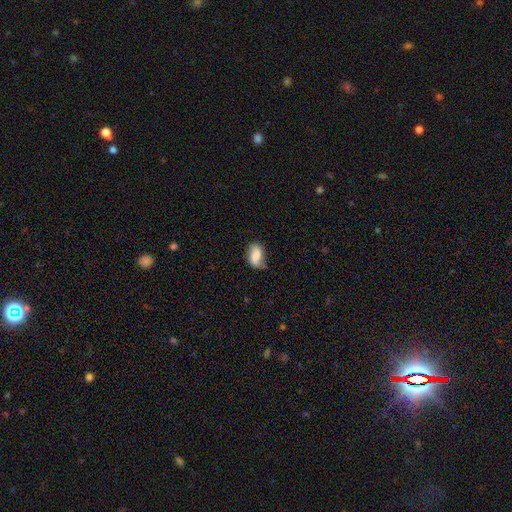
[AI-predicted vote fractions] smooth_or_featured: smooth (p=0.59) [alt: featured or disk p=0.32]
how_rounded: in between (p=0.85) [alt: round p=0.11]
merging: none (p=0.58) [alt: minor disturbance p=0.30]